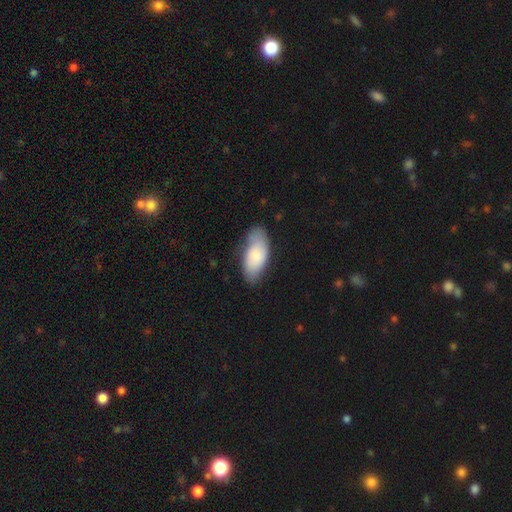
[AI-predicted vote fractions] Q: Smooth or featured?
A: smooth (75%); runner-up: featured or disk (19%)
Q: How rounded?
A: in between (90%); runner-up: cigar-shaped (8%)
Q: Merging?
A: none (67%); runner-up: minor disturbance (25%)